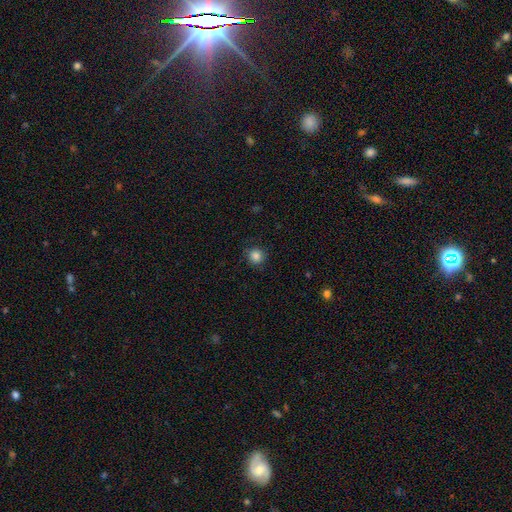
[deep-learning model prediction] This is clearly a smooth galaxy (85%). How rounded: clearly round (93%). Merging: clearly none (86%).